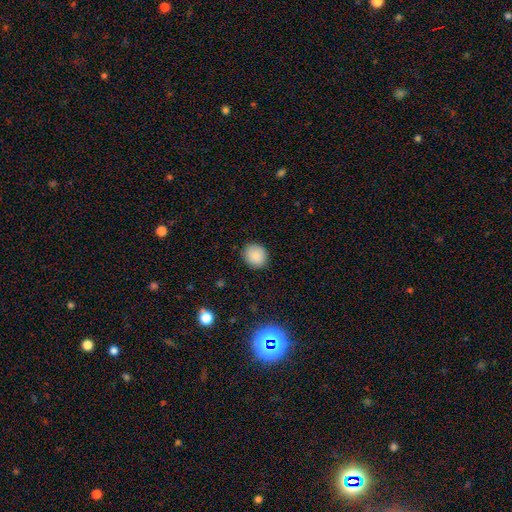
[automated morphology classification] smooth-or-featured: smooth: 86% | star or artifact: 9% | featured or disk: 5%
  how-rounded: round: 78% | in between: 21% | cigar-shaped: 1%
  merging: none: 88% | minor disturbance: 9% | major disturbance: 2% | merger: 1%